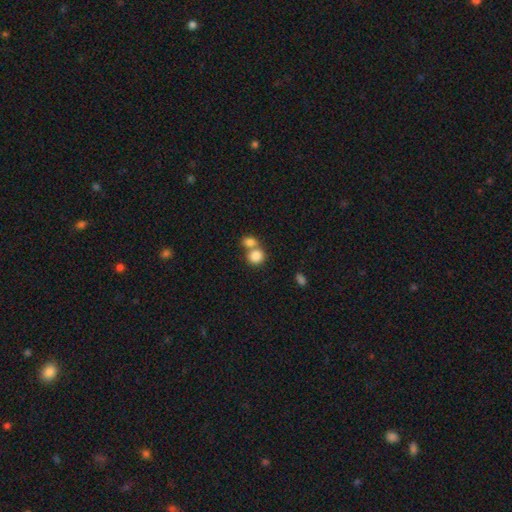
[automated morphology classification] The model was most divided on "merging": merger: 55%, none: 35%, minor disturbance: 7%, major disturbance: 3%. More confident: smooth or featured — smooth (84%); how rounded — round (74%).